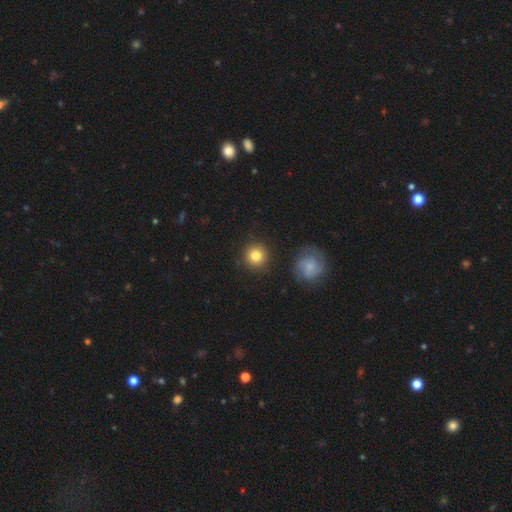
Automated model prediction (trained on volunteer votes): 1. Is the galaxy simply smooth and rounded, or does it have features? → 83% smooth, 9% featured or disk, 8% star or artifact.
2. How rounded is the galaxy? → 94% round, 5% in between, 1% cigar-shaped.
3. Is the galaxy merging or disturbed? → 88% none, 7% minor disturbance, 3% merger, 2% major disturbance.